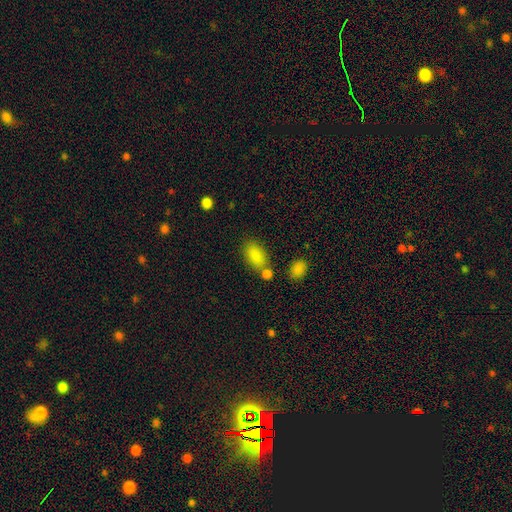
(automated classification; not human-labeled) The model was most divided on "merging": none: 64%, merger: 18%, minor disturbance: 14%, major disturbance: 5%. More confident: how rounded — in between (91%); smooth or featured — smooth (86%).